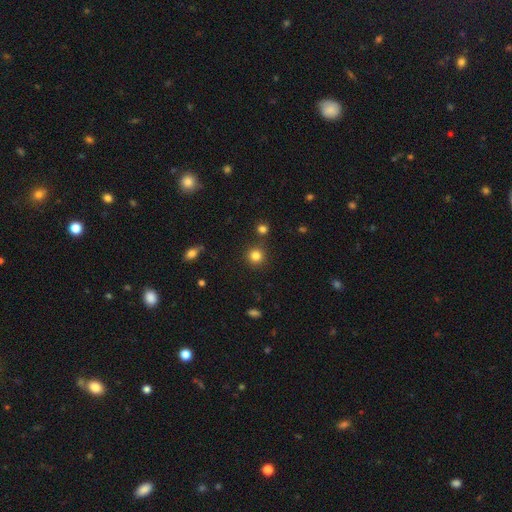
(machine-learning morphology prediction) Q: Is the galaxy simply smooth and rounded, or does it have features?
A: smooth — 82%.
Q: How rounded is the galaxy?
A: round — 93%.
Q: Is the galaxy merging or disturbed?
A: none — 85%.